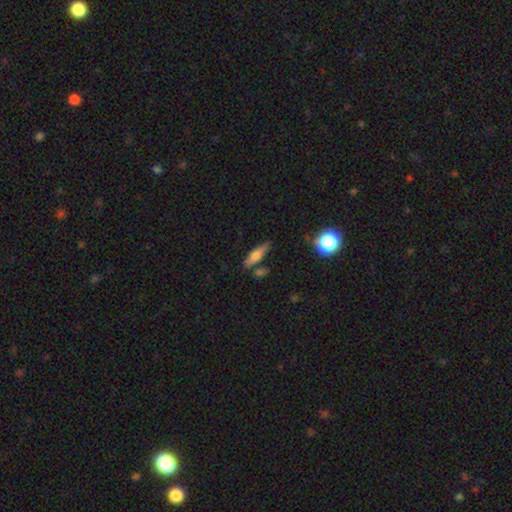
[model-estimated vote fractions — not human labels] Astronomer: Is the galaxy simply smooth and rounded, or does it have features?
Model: smooth — 54% (runner-up: featured or disk, 37%).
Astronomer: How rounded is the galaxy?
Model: cigar-shaped — 63%.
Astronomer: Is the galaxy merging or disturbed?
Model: none — 75%.